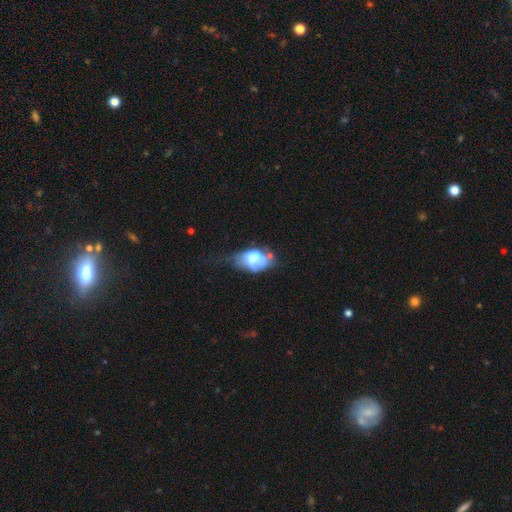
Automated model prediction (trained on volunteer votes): Smooth or featured?
  - smooth: 58% *
  - featured or disk: 33%
  - star or artifact: 9%
How rounded?
  - in between: 84% *
  - round: 14%
  - cigar-shaped: 2%
Merging?
  - major disturbance: 34% *
  - minor disturbance: 33%
  - none: 19%
  - merger: 14%